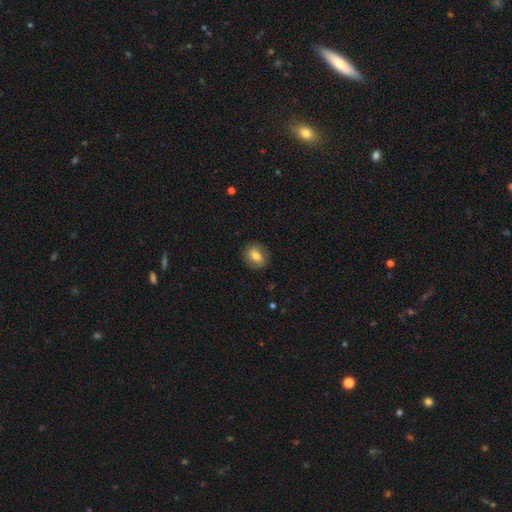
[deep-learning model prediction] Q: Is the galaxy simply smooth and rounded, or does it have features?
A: smooth — 69%.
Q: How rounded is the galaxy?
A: round — 63%.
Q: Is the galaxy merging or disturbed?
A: none — 85%.